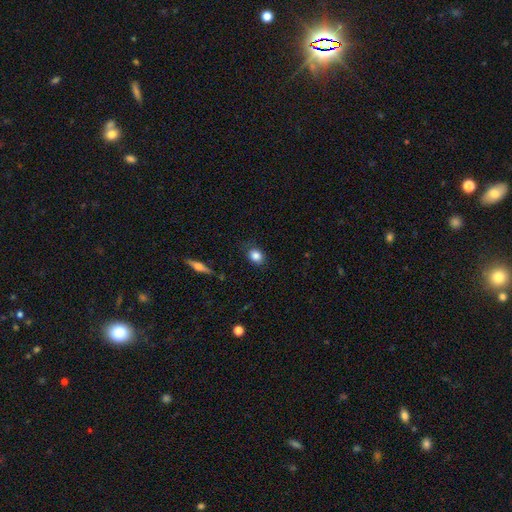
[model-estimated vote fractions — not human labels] Morphology: type=smooth (84%); roundness=round (50%); merging=none (82%).